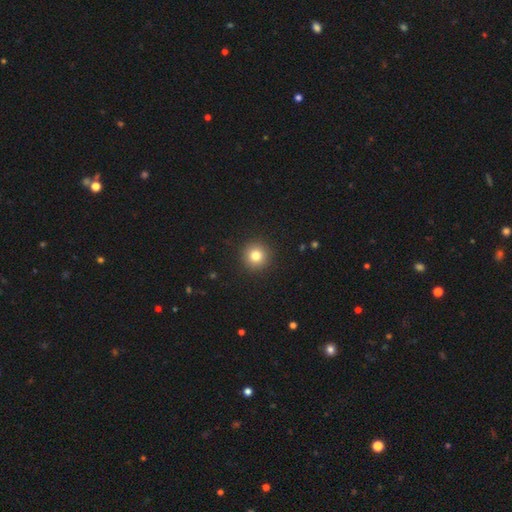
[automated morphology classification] The model was most divided on "smooth or featured": smooth: 81%, star or artifact: 11%, featured or disk: 8%. More confident: how rounded — round (96%); merging — none (93%).